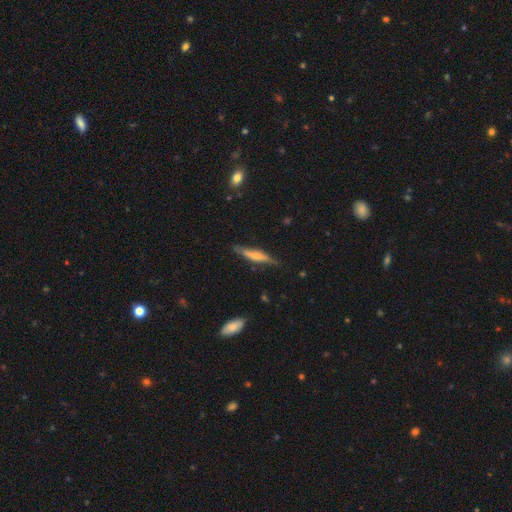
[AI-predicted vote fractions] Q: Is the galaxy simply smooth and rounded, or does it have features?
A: featured or disk — 51%.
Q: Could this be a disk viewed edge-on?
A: yes — 89%.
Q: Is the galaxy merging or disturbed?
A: none — 76%.